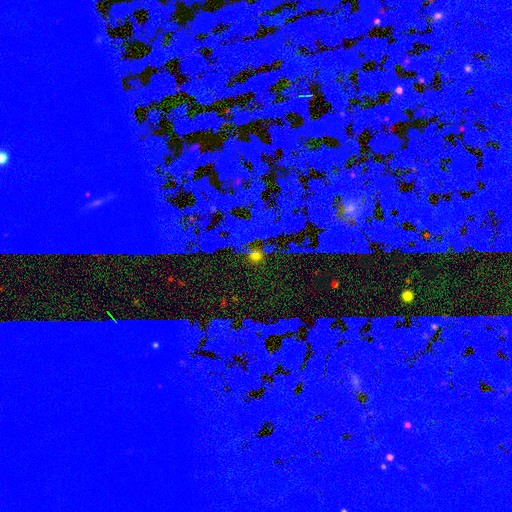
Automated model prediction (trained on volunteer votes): Overall: star or artifact (67%).